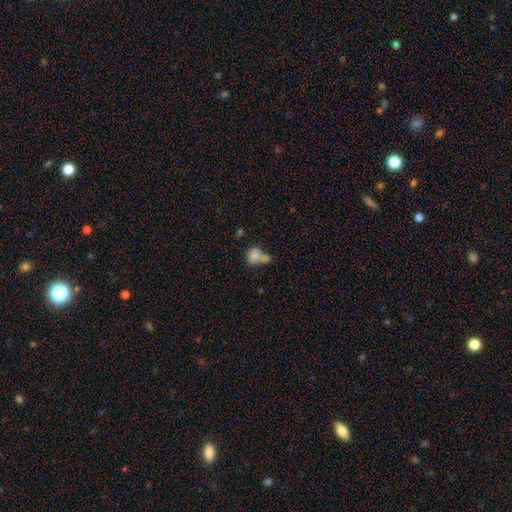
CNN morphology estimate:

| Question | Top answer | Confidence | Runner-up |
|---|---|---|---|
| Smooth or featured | smooth | 77% | featured or disk (13%) |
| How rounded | in between | 50% | round (48%) |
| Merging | merger | 54% | none (24%) |